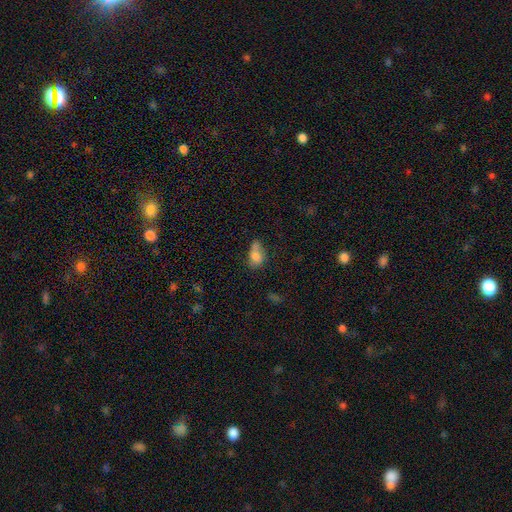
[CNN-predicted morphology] A smooth galaxy with no disk features (77%) that is in between round and cigar-shaped (73%).

Vote fractions:
- Smooth or featured? smooth: 77% / featured or disk: 12% / star or artifact: 11%
- How rounded? in between: 73% / round: 25% / cigar-shaped: 2%
- Merging? merger: 31% (tied) / none: 31% (tied) / minor disturbance: 25% / major disturbance: 13%